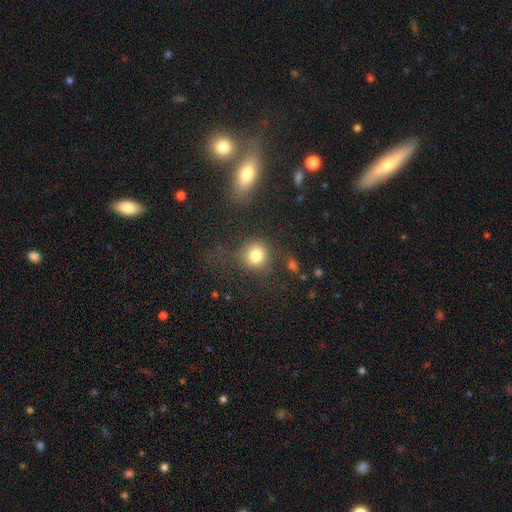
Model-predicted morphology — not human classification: type=smooth (79%); roundness=round (89%); merging=none (69%).